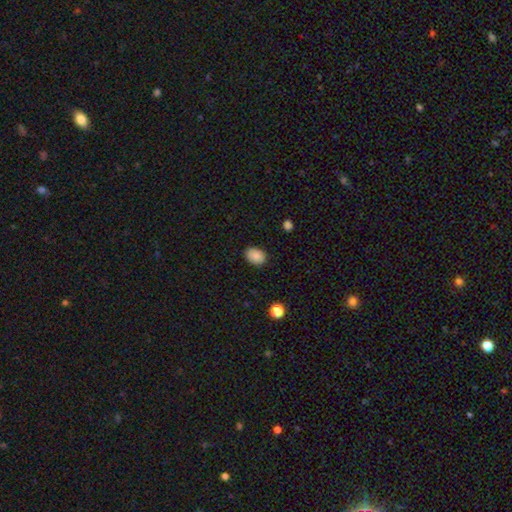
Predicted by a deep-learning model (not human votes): This appears to be a smooth galaxy with no disk features (87%) that is in between round and cigar-shaped (72%). Merging: none (87%).